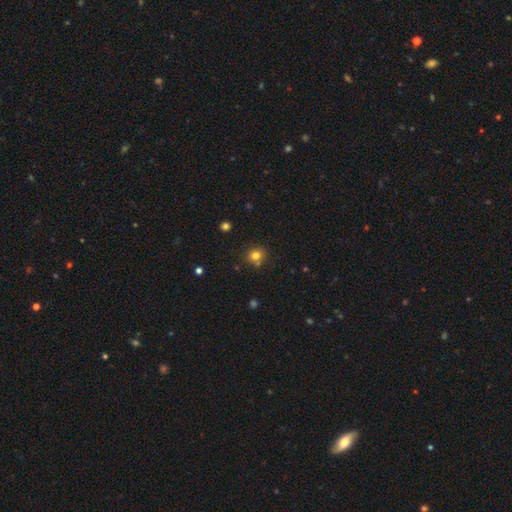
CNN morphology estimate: smooth-or-featured: smooth: 78% | star or artifact: 15% | featured or disk: 7%
  how-rounded: round: 81% | in between: 18% | cigar-shaped: 1%
  merging: none: 75% | merger: 11% | minor disturbance: 11% | major disturbance: 3%